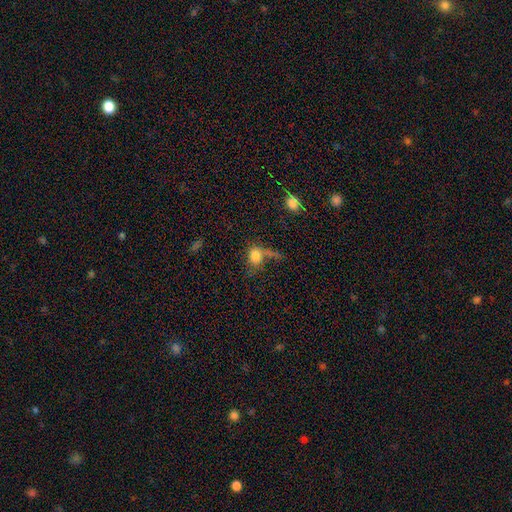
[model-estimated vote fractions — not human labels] smooth 75%, featured or disk 13%, star or artifact 12%. Down the decision tree: how rounded — in between (52%); merging — none (34%).